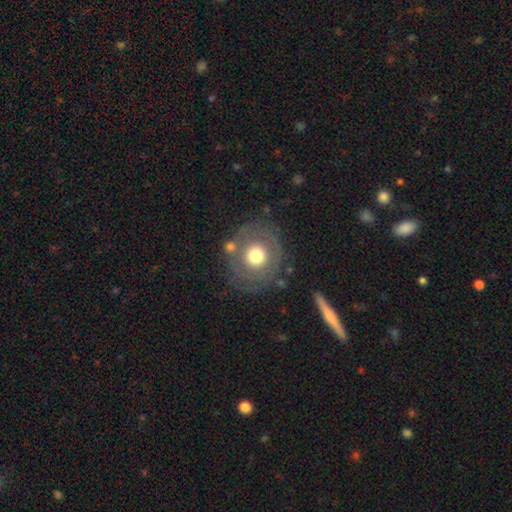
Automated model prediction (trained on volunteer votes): smooth_or_featured: smooth (p=0.48) [alt: featured or disk p=0.44]
merging: none (p=0.73) [alt: minor disturbance p=0.14]